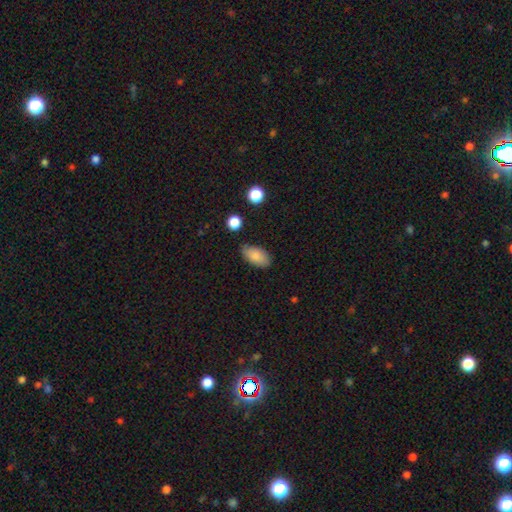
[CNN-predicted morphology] A smooth galaxy with no disk features (84%) that is in between round and cigar-shaped (93%). Merging: none (76%).